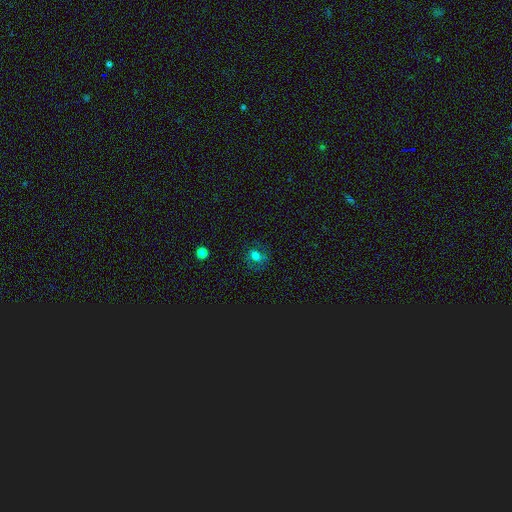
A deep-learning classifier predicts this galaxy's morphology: Overall: smooth (56%; featured or disk 23%). How rounded: round (57%; in between 42%). Merging: none (73%).